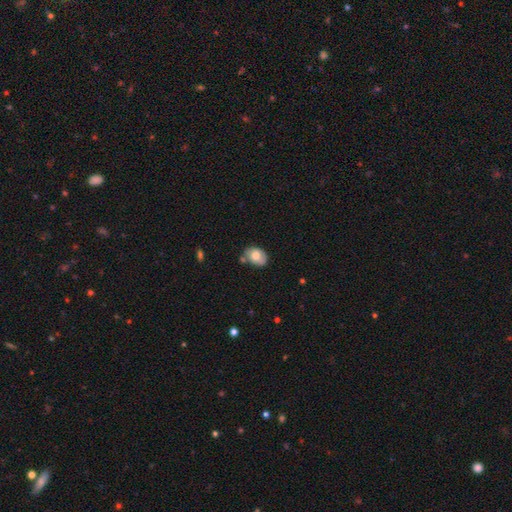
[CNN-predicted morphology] Smooth or featured? Predicted: smooth (p=0.72). How rounded? Predicted: in between (p=0.73). Merging? Predicted: none (p=0.57).